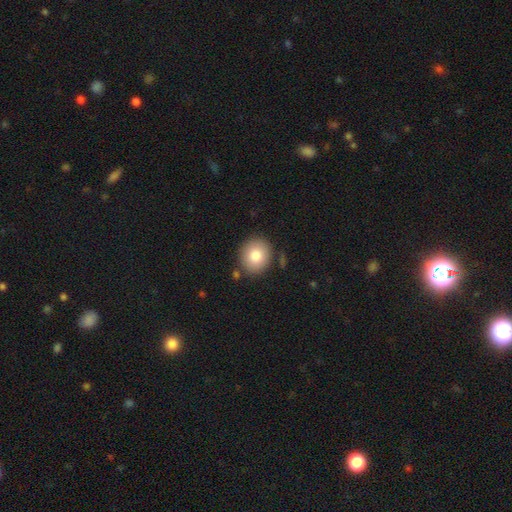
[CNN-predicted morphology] This is clearly a smooth galaxy (81%). How rounded: likely round (76%). Merging: clearly none (84%).